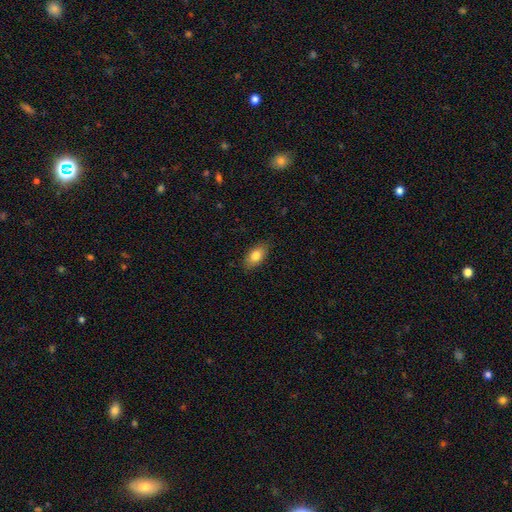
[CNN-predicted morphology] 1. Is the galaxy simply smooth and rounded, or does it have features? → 81% smooth, 12% featured or disk, 7% star or artifact.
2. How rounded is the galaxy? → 90% in between, 5% round, 5% cigar-shaped.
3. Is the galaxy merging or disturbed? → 85% none, 11% minor disturbance, 2% major disturbance, 1% merger.